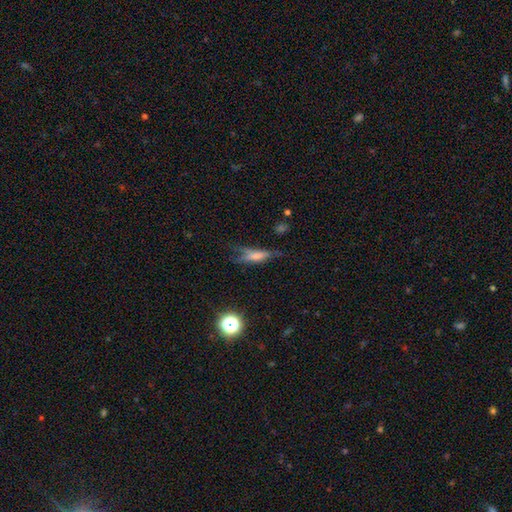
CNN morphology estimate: smooth-or-featured: smooth: 52% | featured or disk: 35% | star or artifact: 13%
  how-rounded: cigar-shaped: 65% | in between: 30% | round: 4%
  merging: none: 51% | minor disturbance: 27% | major disturbance: 18% | merger: 4%